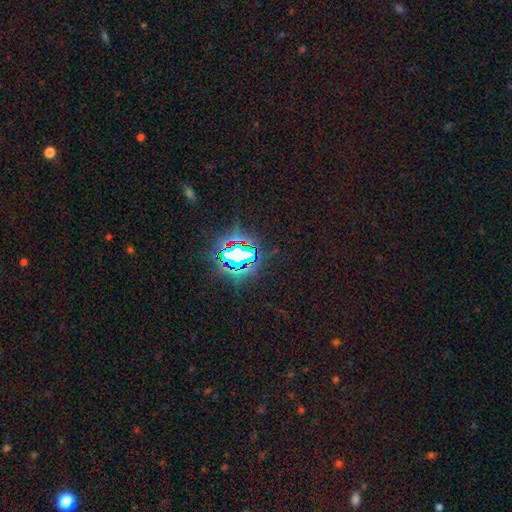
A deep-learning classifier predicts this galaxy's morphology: A star or artifact, not a galaxy (78%).

Vote fractions:
- Smooth or featured? star or artifact: 78% / smooth: 13% / featured or disk: 9%